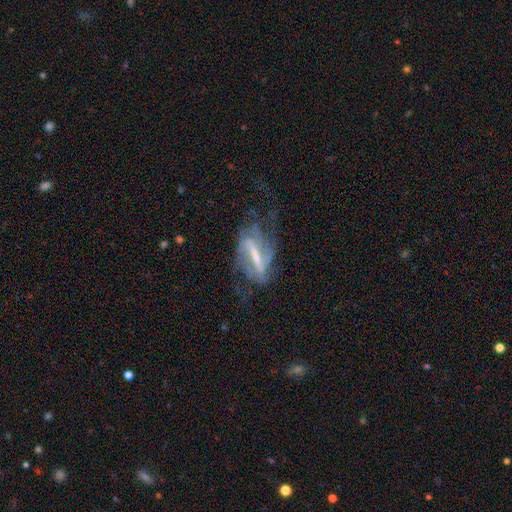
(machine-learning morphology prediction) Smooth or featured? featured or disk (80%)
Edge-on disk? no (84%)
Bar? strong (71%)
Spiral arms? yes (85%)
Spiral winding? loose (44%)
Spiral arm count? 2 (72%)
Bulge size? small (40%)
Merging? none (50%)